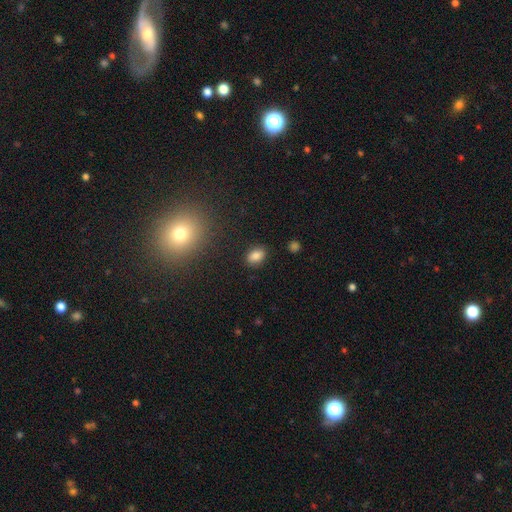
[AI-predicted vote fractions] Morphology: type=smooth (83%); roundness=in between (80%); merging=none (85%).